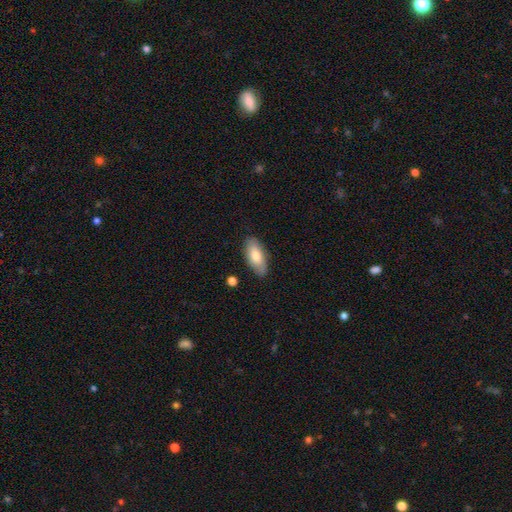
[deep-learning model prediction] Smooth or featured? Predicted: smooth (p=0.75). How rounded? Predicted: in between (p=0.86). Merging? Predicted: none (p=0.83).